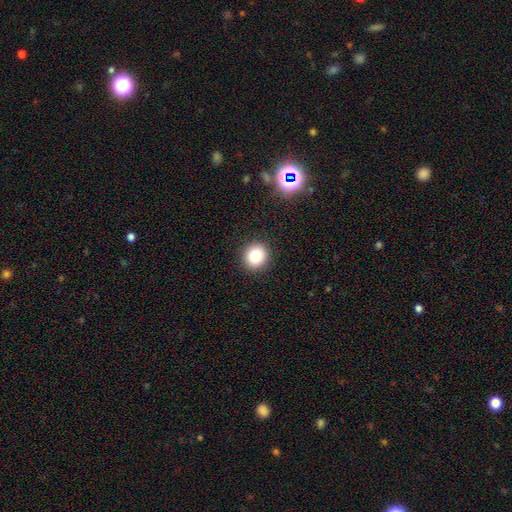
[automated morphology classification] Smooth or featured? Predicted: smooth (p=0.83). How rounded? Predicted: round (p=0.87). Merging? Predicted: none (p=0.91).